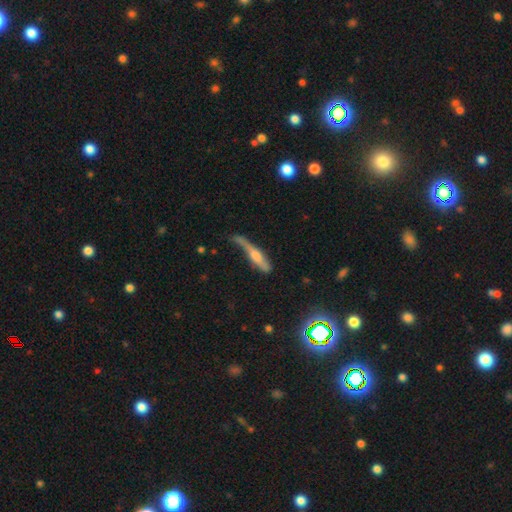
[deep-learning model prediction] This is possibly a featured or disk galaxy (57%). It is likely viewed edge-on (76%). Merging: marginally none (40%).